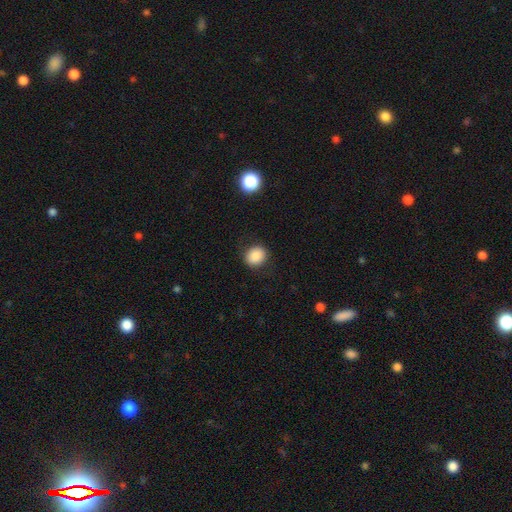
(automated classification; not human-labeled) smooth 87%, star or artifact 9%, featured or disk 4%. Down the decision tree: how rounded — round (72%); merging — none (87%).